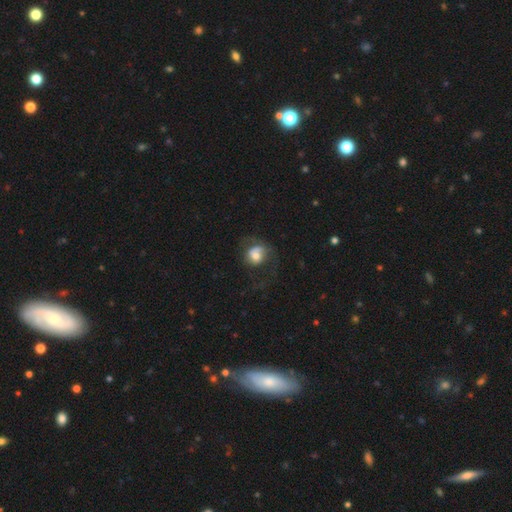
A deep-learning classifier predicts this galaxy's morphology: type=smooth (51%); roundness=round (70%); merging=none (40%).